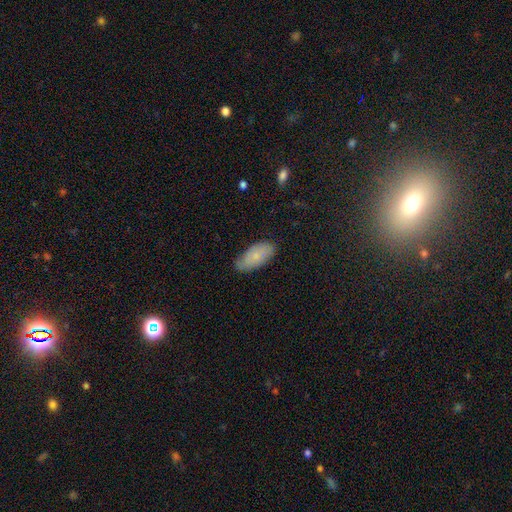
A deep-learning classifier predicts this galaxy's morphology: Smooth or featured? smooth (67%)
How rounded? in between (91%)
Merging? none (71%)